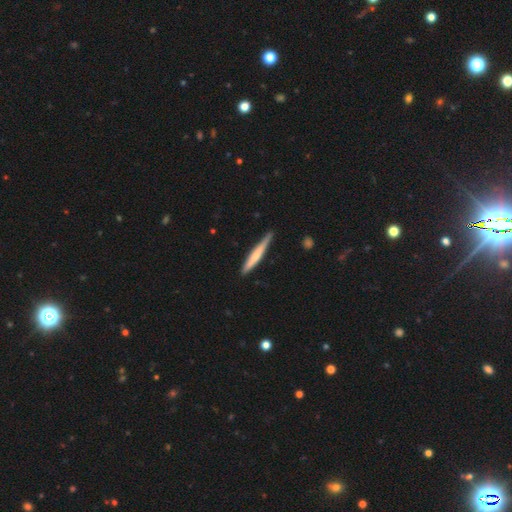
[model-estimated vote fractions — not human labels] smooth-or-featured: smooth: 55% | featured or disk: 40% | star or artifact: 5%
  how-rounded: cigar-shaped: 95% | in between: 3% | round: 1%
  merging: none: 81% | minor disturbance: 15% | major disturbance: 2% | merger: 2%